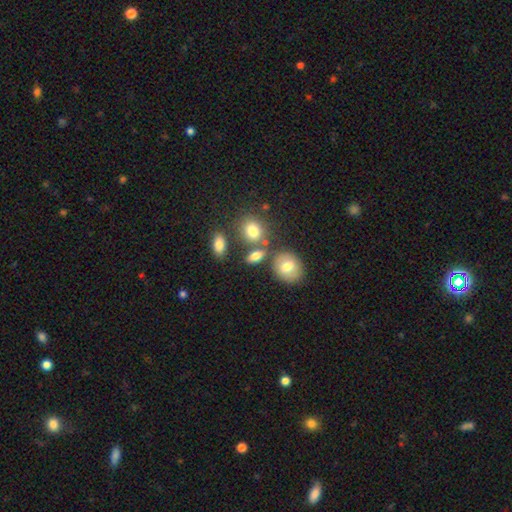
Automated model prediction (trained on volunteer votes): This is likely a smooth galaxy (76%). How rounded: likely in between (67%). Merging: likely none (65%).